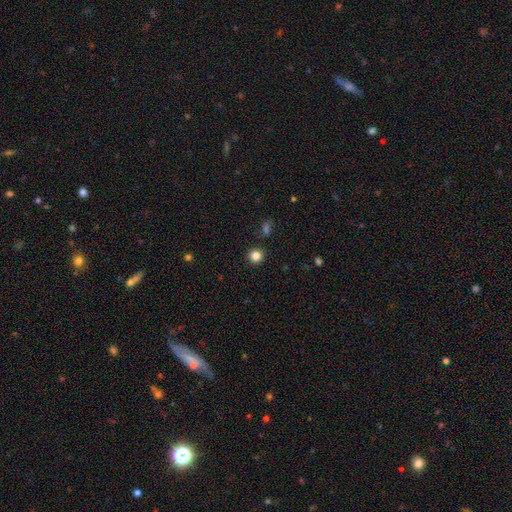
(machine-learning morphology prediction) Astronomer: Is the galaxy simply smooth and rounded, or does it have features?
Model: smooth — 83%.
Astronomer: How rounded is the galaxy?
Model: round — 94%.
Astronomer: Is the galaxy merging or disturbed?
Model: none — 91%.